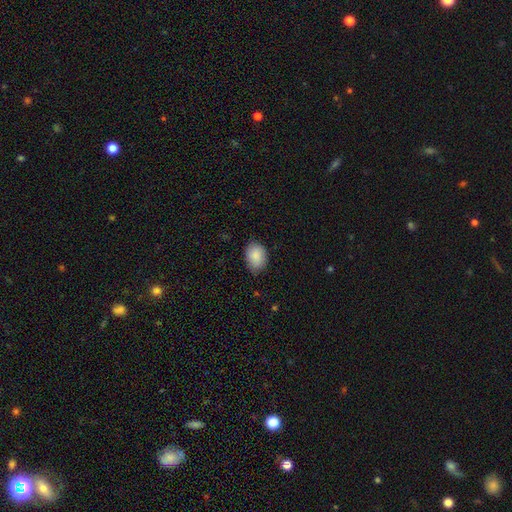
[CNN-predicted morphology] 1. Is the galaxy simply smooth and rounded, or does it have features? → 89% smooth, 7% star or artifact, 5% featured or disk.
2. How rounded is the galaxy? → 78% in between, 21% round, 1% cigar-shaped.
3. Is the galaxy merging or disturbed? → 76% none, 20% minor disturbance, 3% major disturbance, 1% merger.